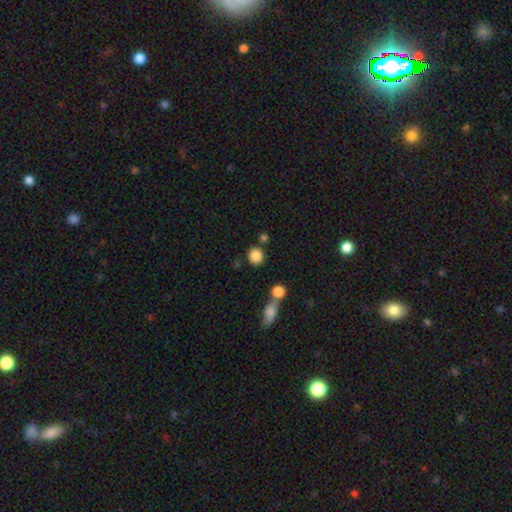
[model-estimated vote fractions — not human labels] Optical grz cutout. It shows a smooth galaxy with no disk features (86%) that is round (84%). Merging: none (79%).